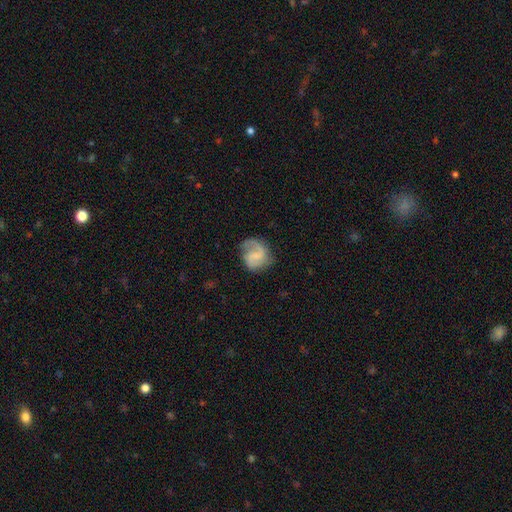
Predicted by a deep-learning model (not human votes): Morphology: type=featured or disk (65%); edge-on=no (98%); bar=weak (48%); spiral arms=yes (91%); winding=medium (45%); arm count=2 (65%); bulge=none (47%); merging=none (61%).